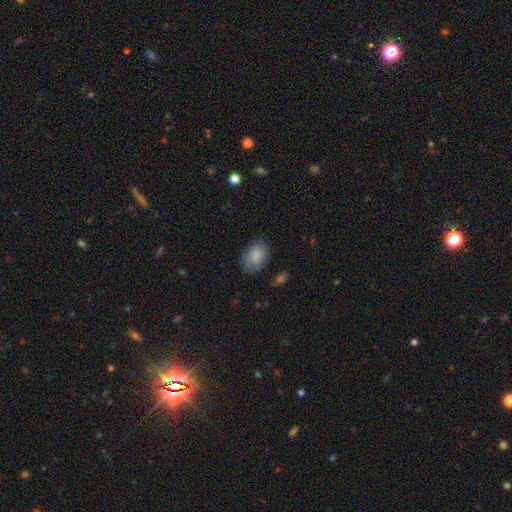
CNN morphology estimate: Smooth or featured: smooth — 86% (featured or disk — 7%)
How rounded: in between — 83% (round — 16%)
Merging: none — 78% (minor disturbance — 16%)